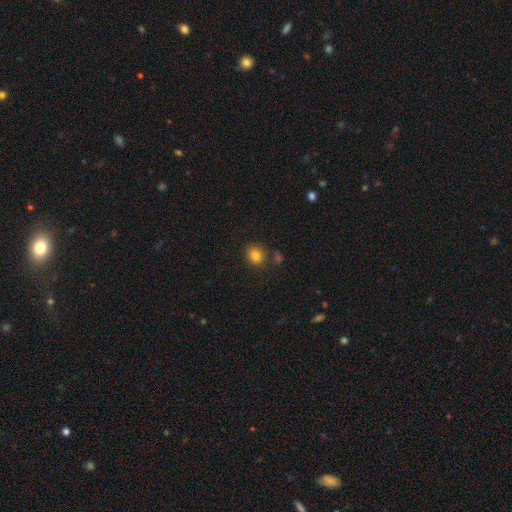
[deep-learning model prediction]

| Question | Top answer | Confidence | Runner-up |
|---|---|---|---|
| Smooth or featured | smooth | 82% | star or artifact (11%) |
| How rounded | round | 68% | in between (32%) |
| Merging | none | 77% | minor disturbance (12%) |